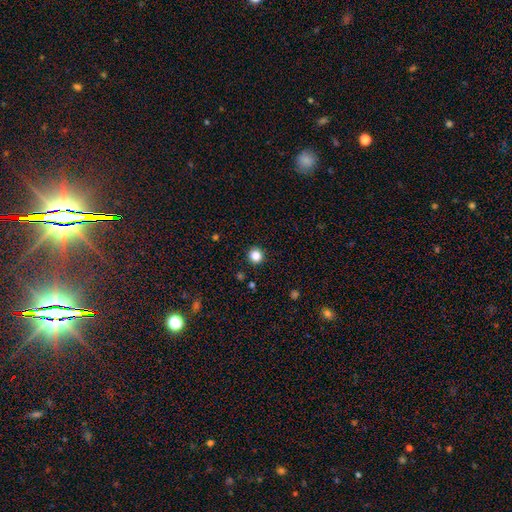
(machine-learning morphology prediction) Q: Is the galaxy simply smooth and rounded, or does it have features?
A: smooth — 85%.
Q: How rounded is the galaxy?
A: round — 95%.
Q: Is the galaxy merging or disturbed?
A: none — 93%.